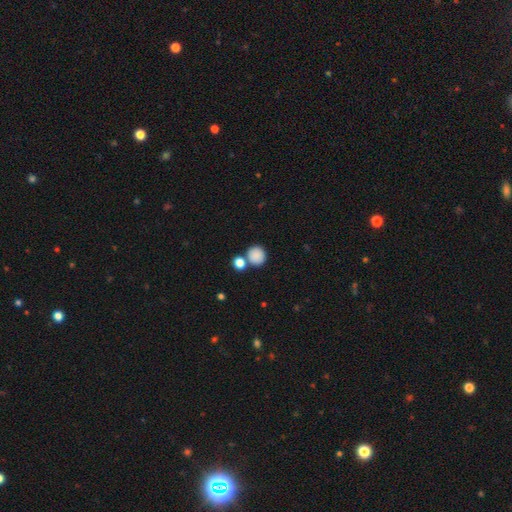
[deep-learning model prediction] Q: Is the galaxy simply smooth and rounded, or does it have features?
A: smooth — 86%.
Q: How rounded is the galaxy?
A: round — 88%.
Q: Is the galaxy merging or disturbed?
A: none — 67%.